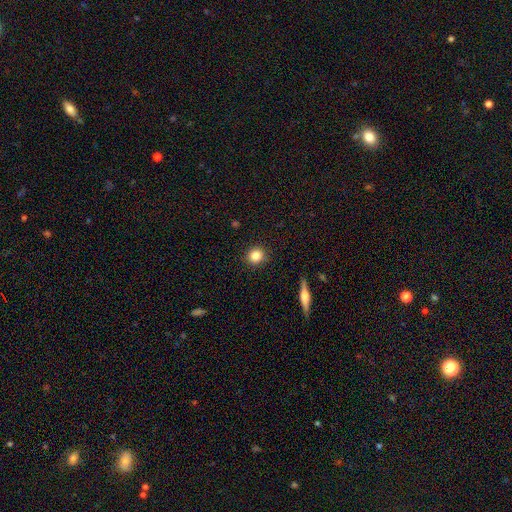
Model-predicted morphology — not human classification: Overall: smooth (83%). How rounded: round (89%). Merging: none (91%).